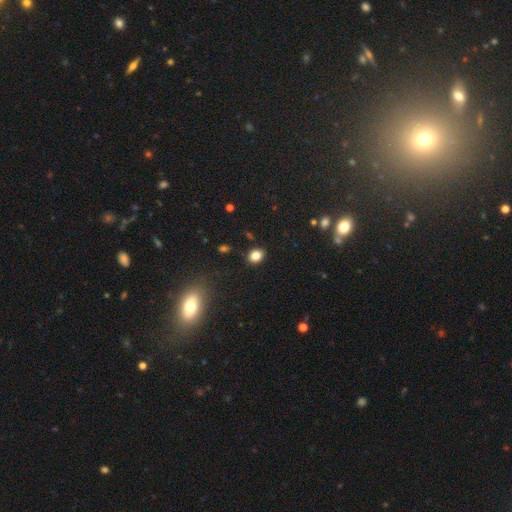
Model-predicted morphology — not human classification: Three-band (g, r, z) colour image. It shows a smooth galaxy with no disk features (83%) that is in between round and cigar-shaped (52%). Merging: none (86%).